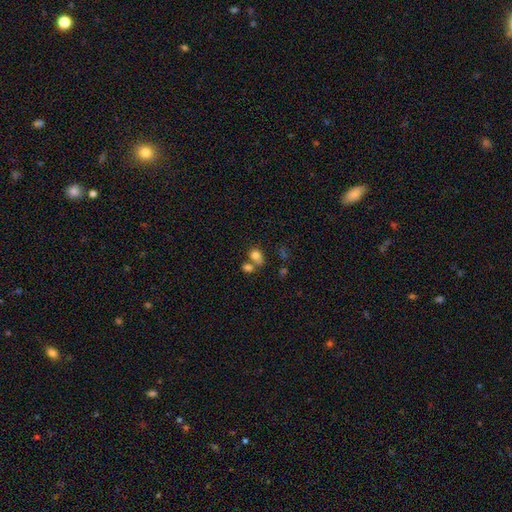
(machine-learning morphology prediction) Smooth or featured? Predicted: smooth (p=0.79). How rounded? Predicted: in between (p=0.62). Merging? Predicted: merger (p=0.43).